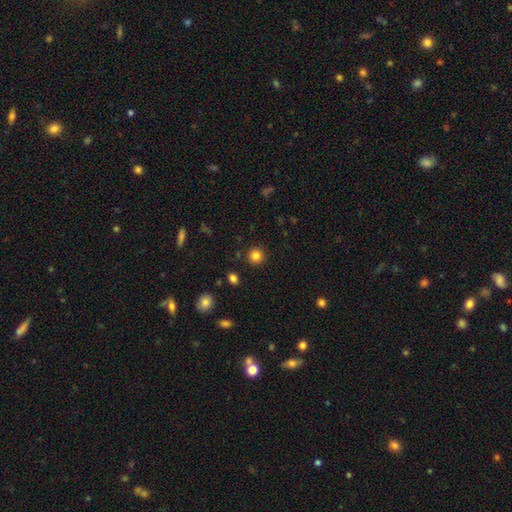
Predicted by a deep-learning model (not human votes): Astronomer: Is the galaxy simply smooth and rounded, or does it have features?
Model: smooth — 84%.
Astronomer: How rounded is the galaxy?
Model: round — 93%.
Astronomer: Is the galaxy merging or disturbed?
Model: none — 91%.